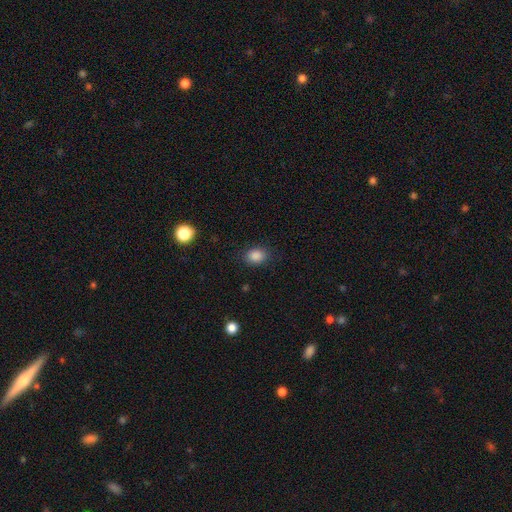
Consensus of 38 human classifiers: This is clearly a smooth galaxy (95%). How rounded: likely round (64%). Merging: clearly none (89%).